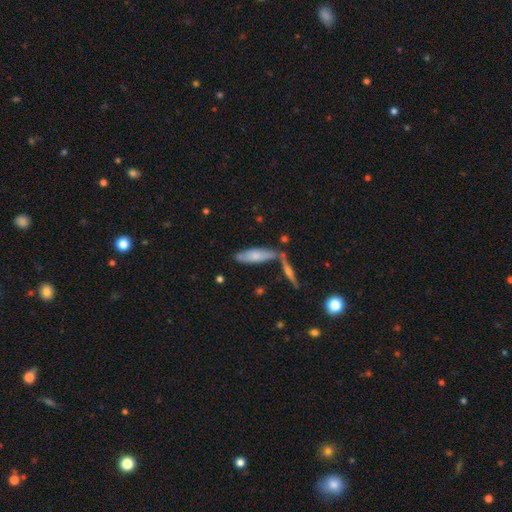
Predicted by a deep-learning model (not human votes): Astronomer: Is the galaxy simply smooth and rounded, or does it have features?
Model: smooth — 65%.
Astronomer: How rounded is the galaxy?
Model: cigar-shaped — 52% (runner-up: in between, 47%).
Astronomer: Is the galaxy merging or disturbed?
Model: none — 56%.